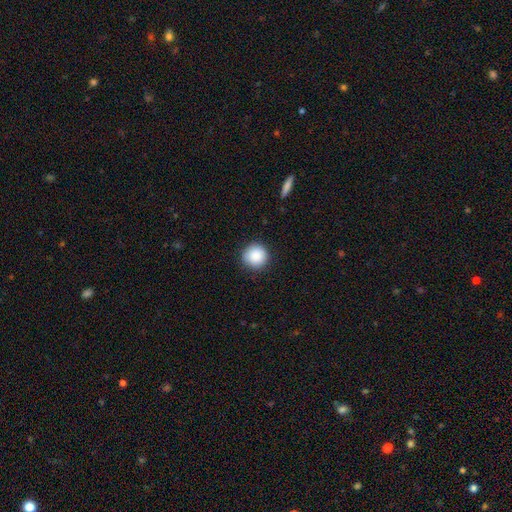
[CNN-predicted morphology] A smooth galaxy with no disk features (88%) that is round (95%).

Vote fractions:
- Smooth or featured? smooth: 88% / star or artifact: 8% / featured or disk: 4%
- How rounded? round: 95% / in between: 4% / cigar-shaped: 1%
- Merging? none: 90% / minor disturbance: 7% / major disturbance: 2% / merger: 1%